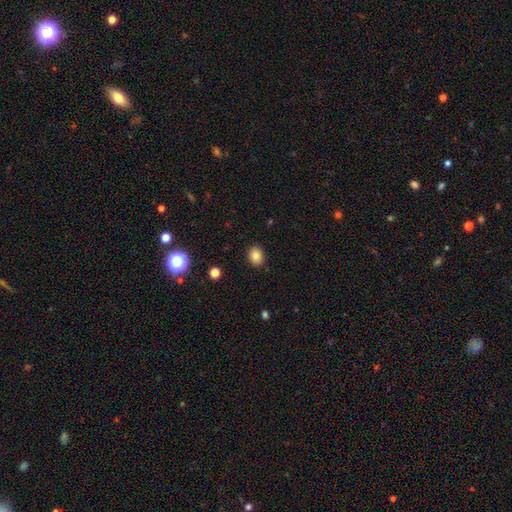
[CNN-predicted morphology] The model was most divided on "how rounded": round: 52%, in between: 48%, cigar-shaped: 1%. More confident: merging — none (89%); smooth or featured — smooth (81%).